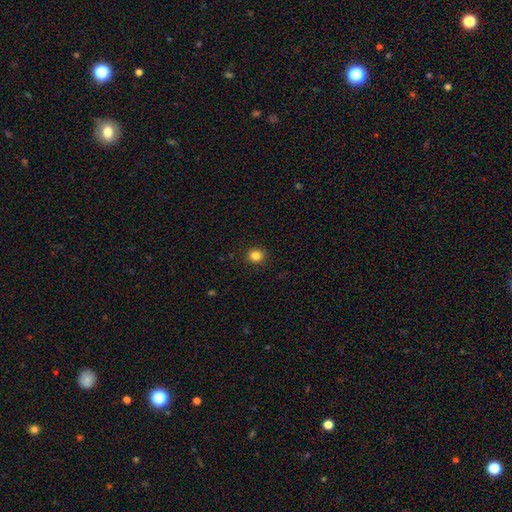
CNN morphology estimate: Smooth or featured: smooth — 84% (star or artifact — 12%)
How rounded: round — 86% (in between — 14%)
Merging: none — 92% (minor disturbance — 6%)